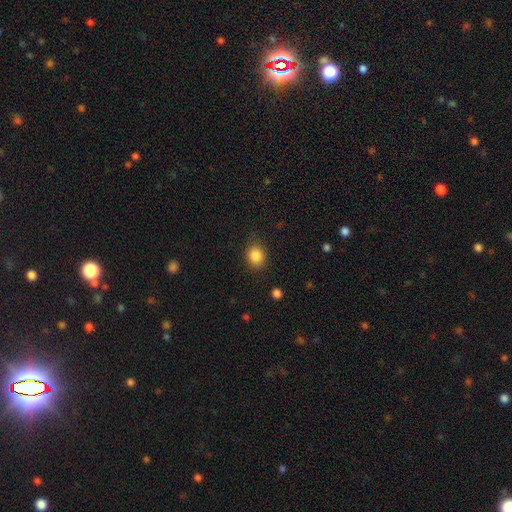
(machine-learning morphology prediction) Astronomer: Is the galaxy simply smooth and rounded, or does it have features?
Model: smooth — 85%.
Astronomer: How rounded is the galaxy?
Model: round — 65%.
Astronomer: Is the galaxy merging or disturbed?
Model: none — 83%.